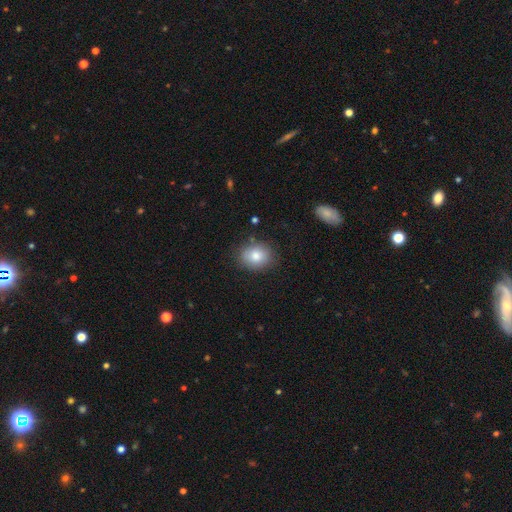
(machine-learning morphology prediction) type=smooth (81%); roundness=round (52%); merging=none (83%).